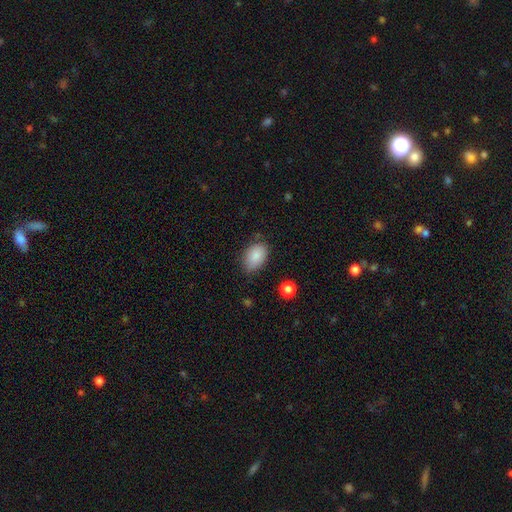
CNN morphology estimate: Overall: smooth (86%). How rounded: in between (89%). Merging: none (72%).